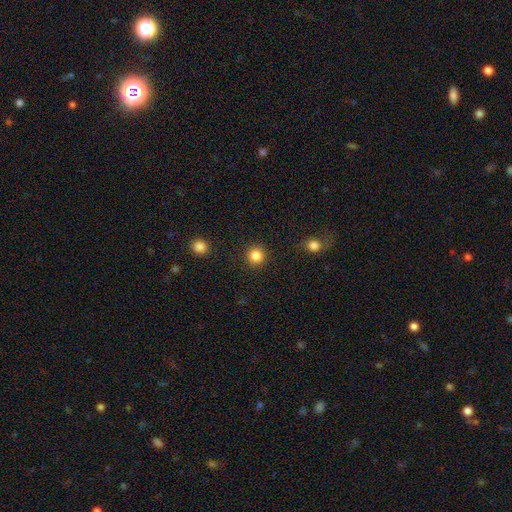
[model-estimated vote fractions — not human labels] A smooth galaxy with no disk features (86%) that is round (94%).

Vote fractions:
- Smooth or featured? smooth: 86% / star or artifact: 11% / featured or disk: 3%
- How rounded? round: 94% / in between: 5% / cigar-shaped: 1%
- Merging? none: 91% / minor disturbance: 5% / major disturbance: 2% / merger: 2%